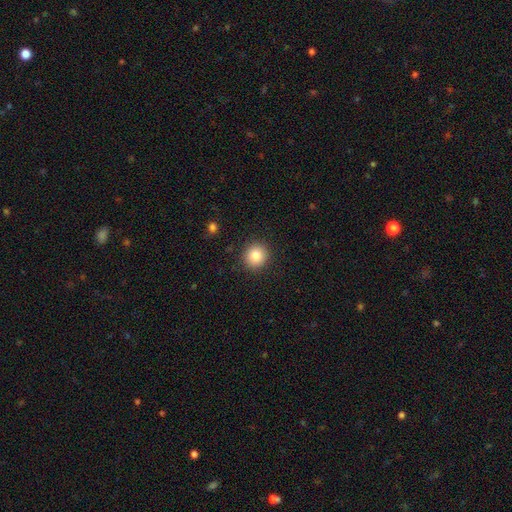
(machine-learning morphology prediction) Smooth or featured? smooth (83%)
How rounded? round (90%)
Merging? none (91%)